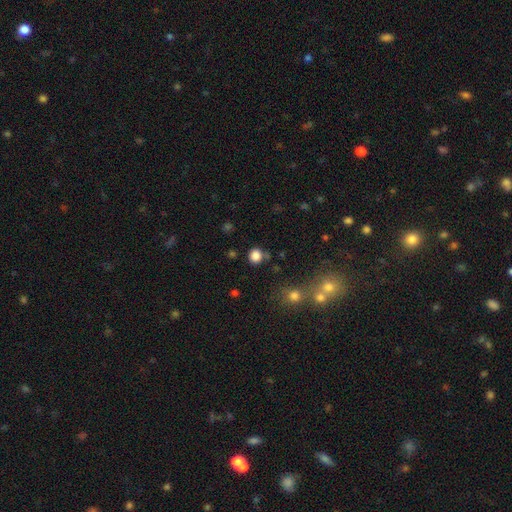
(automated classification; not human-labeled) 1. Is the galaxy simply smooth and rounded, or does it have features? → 83% smooth, 13% star or artifact, 4% featured or disk.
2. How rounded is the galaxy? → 82% round, 17% in between, 1% cigar-shaped.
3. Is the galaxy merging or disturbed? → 79% none, 11% minor disturbance, 6% merger, 4% major disturbance.